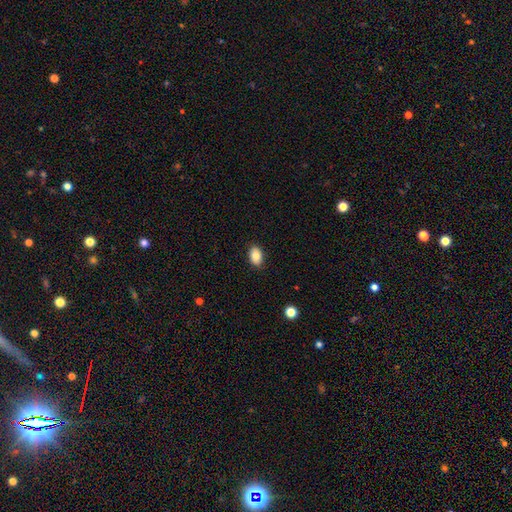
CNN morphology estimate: Smooth or featured: smooth — 85% (star or artifact — 8%)
How rounded: in between — 88% (round — 11%)
Merging: none — 88% (minor disturbance — 9%)